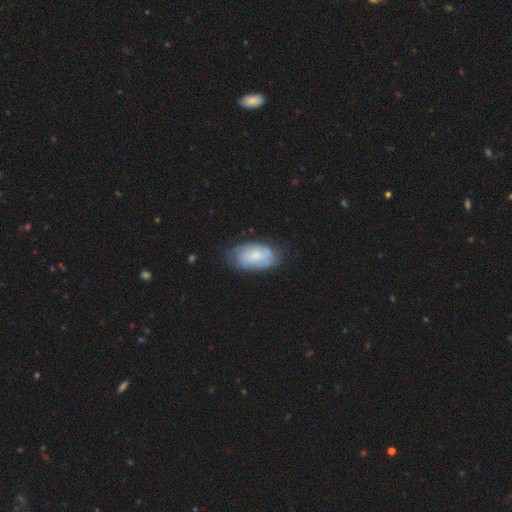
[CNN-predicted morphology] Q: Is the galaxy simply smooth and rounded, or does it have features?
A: featured or disk — 50%.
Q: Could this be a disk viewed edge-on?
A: no — 95%.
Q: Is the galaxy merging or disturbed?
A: none — 68%.